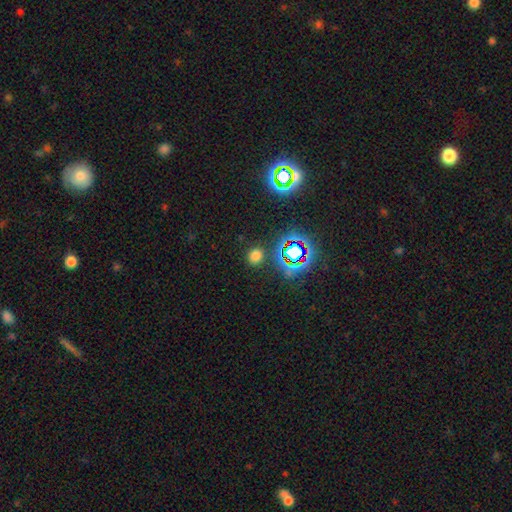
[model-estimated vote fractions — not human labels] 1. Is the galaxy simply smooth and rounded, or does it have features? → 64% smooth, 31% star or artifact, 5% featured or disk.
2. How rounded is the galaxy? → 81% round, 17% in between, 1% cigar-shaped.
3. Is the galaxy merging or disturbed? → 87% none, 7% minor disturbance, 3% major disturbance, 3% merger.